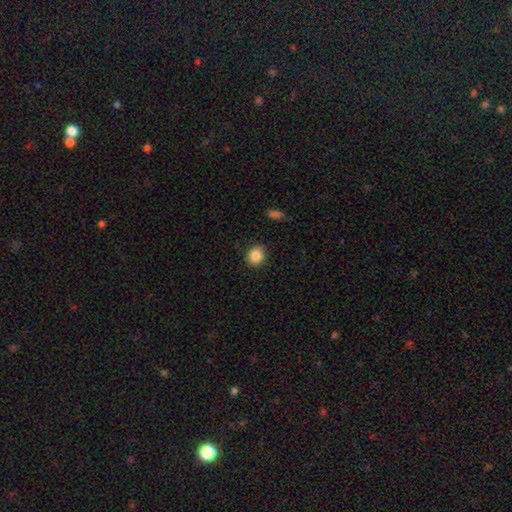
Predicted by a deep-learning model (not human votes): This appears to be a smooth galaxy with no disk features (85%) that is round (82%). Merging: none (89%).